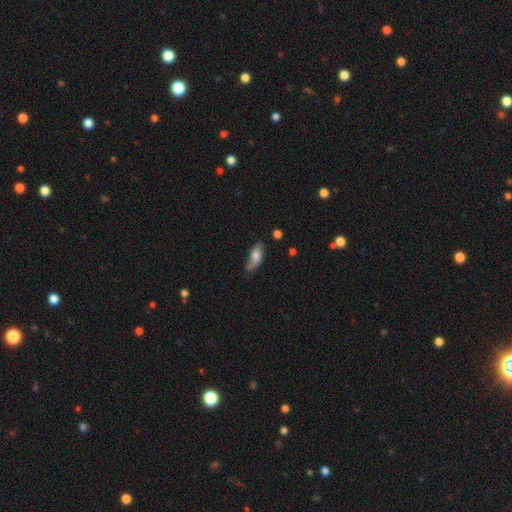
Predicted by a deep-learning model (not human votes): smooth-or-featured: smooth: 64% | featured or disk: 28% | star or artifact: 8%
  how-rounded: in between: 75% | cigar-shaped: 22% | round: 3%
  merging: none: 49% | minor disturbance: 34% | major disturbance: 12% | merger: 6%